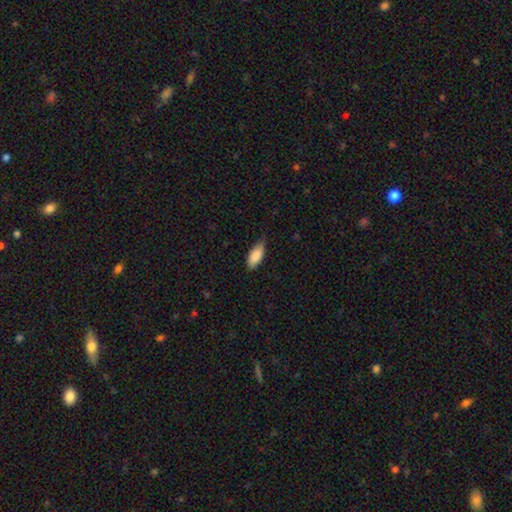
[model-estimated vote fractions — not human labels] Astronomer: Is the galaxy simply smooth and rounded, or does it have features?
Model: smooth — 88%.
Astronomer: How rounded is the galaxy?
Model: in between — 87%.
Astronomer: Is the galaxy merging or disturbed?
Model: none — 66%.